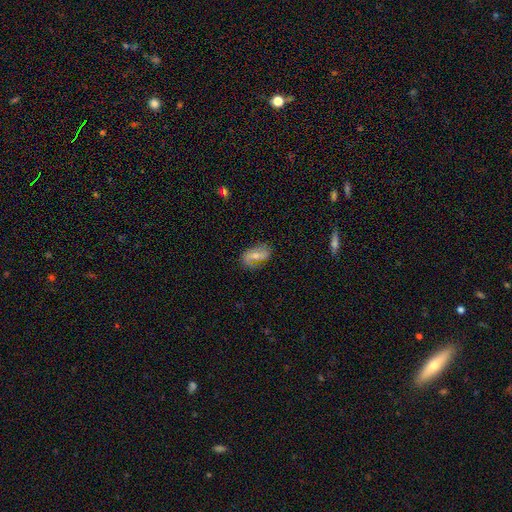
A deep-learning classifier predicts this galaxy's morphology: Q: Smooth or featured?
A: featured or disk (59%); runner-up: smooth (33%)
Q: Edge-on disk?
A: no (95%); runner-up: yes (5%)
Q: Bar?
A: weak (41%); runner-up: no (39%)
Q: Spiral arms?
A: yes (86%); runner-up: no (14%)
Q: Bulge size?
A: moderate (47%); runner-up: small (44%)
Q: Merging?
A: none (67%); runner-up: minor disturbance (22%)